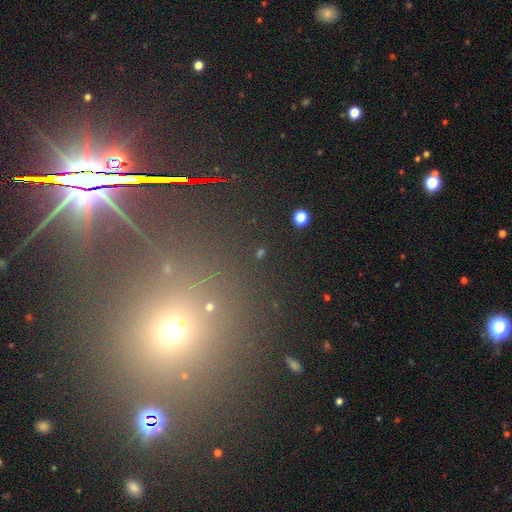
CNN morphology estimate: type=star or artifact (68%).